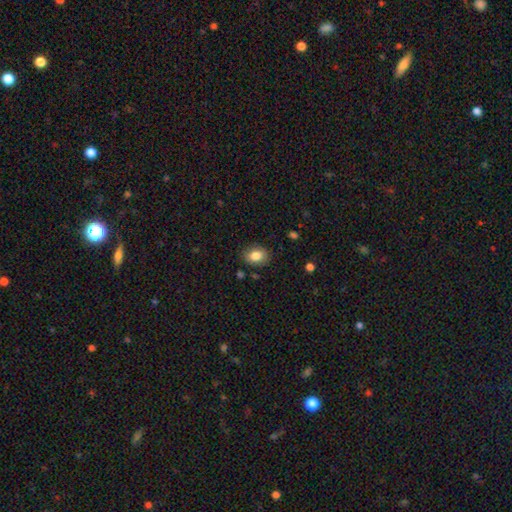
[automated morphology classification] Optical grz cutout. It shows a smooth galaxy with no disk features (83%) that is in between round and cigar-shaped (65%). Merging: none (84%).